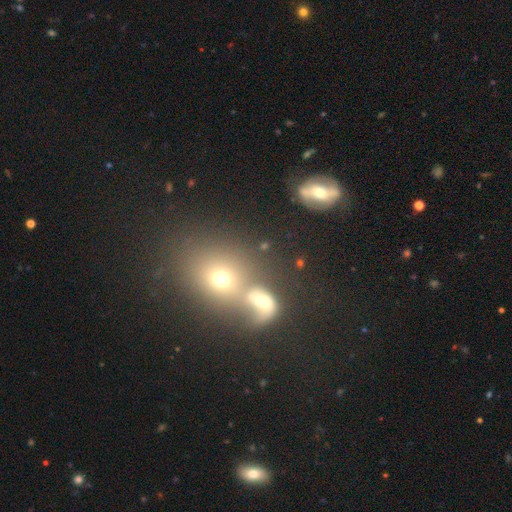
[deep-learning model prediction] Smooth or featured? Predicted: smooth (p=0.53). How rounded? Predicted: round (p=0.63). Merging? Predicted: merger (p=0.54).